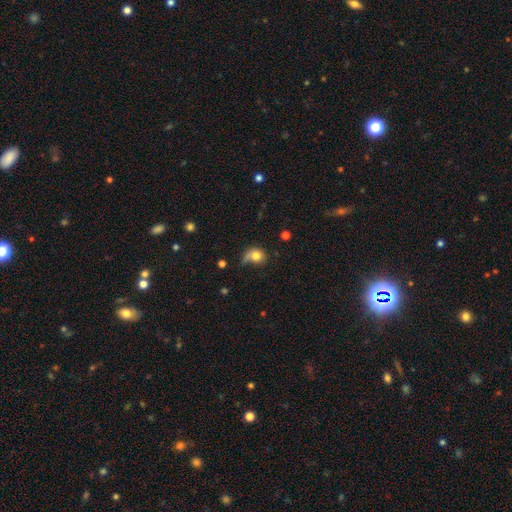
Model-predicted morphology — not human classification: type=smooth (75%); roundness=round (67%); merging=none (39%).